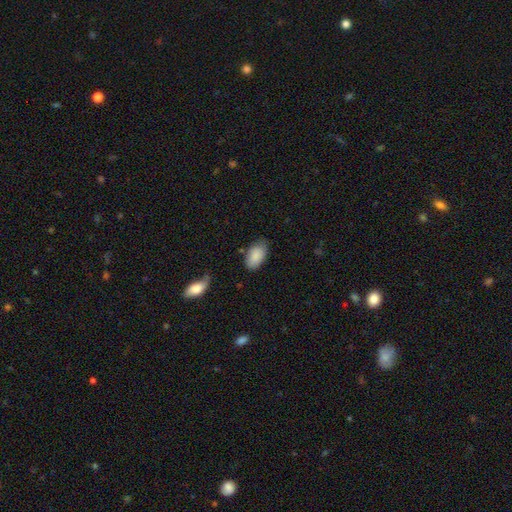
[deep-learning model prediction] This is clearly a smooth galaxy (87%). How rounded: clearly in between (94%). Merging: likely none (70%).